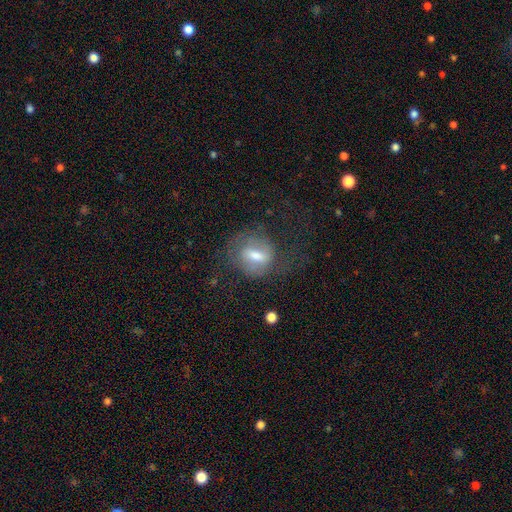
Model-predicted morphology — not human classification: Smooth or featured: featured or disk — 51% (smooth — 40%)
Edge-on disk: no — 91% (yes — 9%)
Merging: none — 48% (major disturbance — 29%)